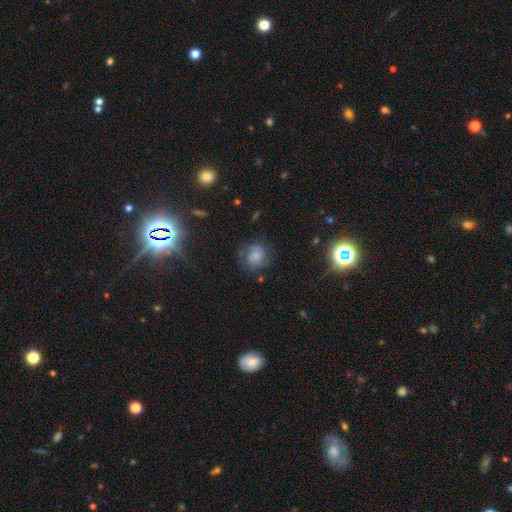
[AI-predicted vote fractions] smooth-or-featured: smooth: 49% | featured or disk: 38% | star or artifact: 13%
  merging: none: 62% | minor disturbance: 22% | major disturbance: 14% | merger: 2%